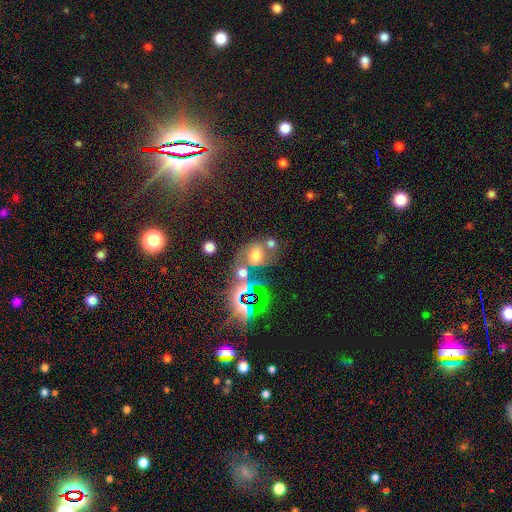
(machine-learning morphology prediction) This is possibly a smooth galaxy (46%). Merging: marginally none (40%).